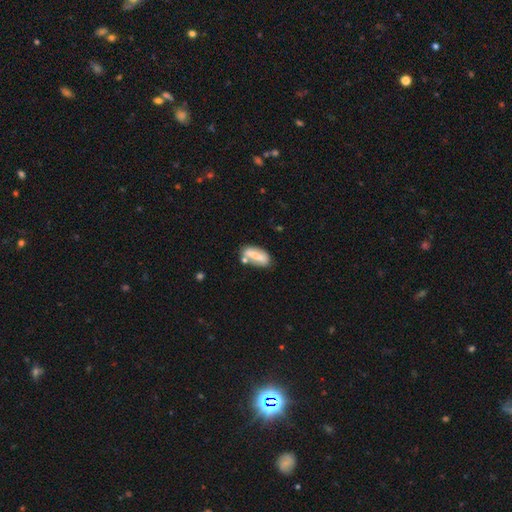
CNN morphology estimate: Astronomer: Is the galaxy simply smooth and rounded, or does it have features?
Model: smooth — 63%.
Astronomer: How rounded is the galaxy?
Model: in between — 62%.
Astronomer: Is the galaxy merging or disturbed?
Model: none — 62%.